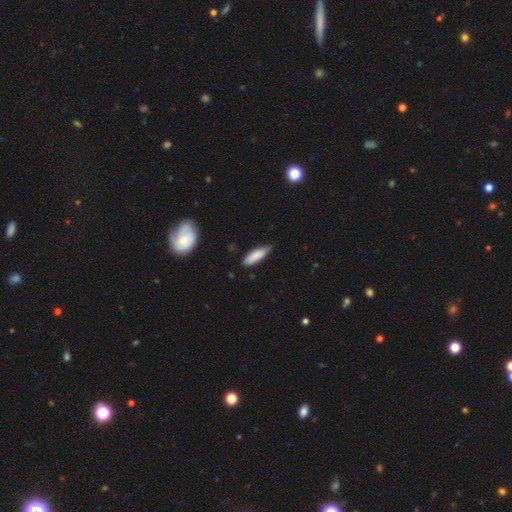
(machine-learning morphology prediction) The model was most divided on "how rounded": in between: 53%, cigar-shaped: 46%, round: 2%. More confident: smooth or featured — smooth (82%); merging — none (68%).